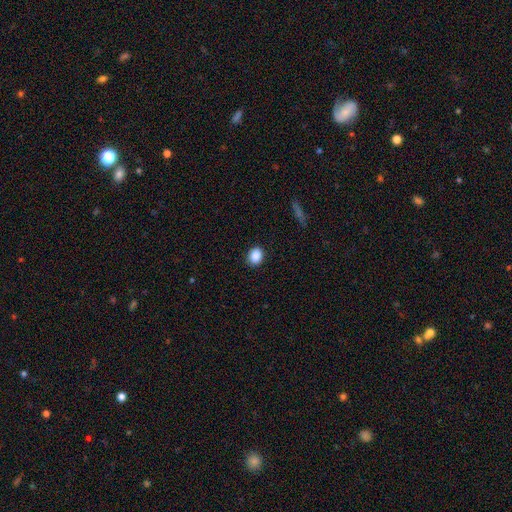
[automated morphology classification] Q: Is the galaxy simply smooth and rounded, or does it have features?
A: smooth — 89%.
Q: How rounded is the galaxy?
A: round — 50%.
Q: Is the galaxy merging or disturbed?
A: none — 89%.